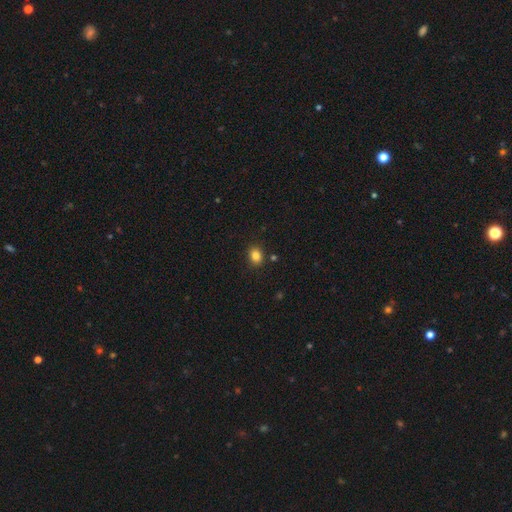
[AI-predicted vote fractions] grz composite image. It shows a smooth galaxy with no disk features (83%) that is round (51%). Merging: none (86%).